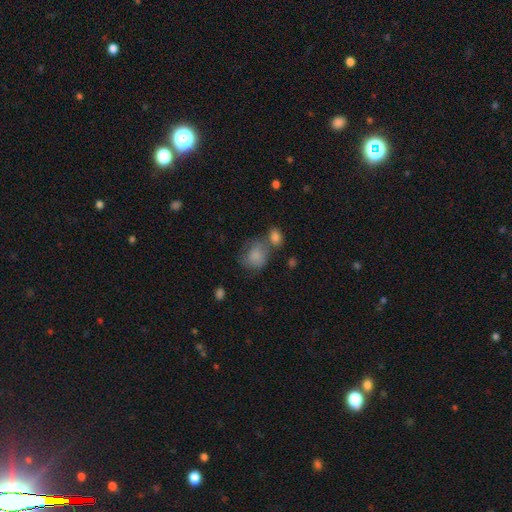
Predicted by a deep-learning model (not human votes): Smooth or featured: smooth — 79% (featured or disk — 13%)
How rounded: round — 56% (in between — 43%)
Merging: none — 39% (merger — 28%)